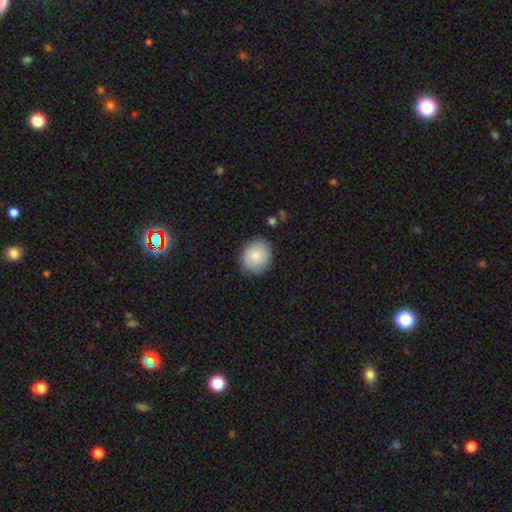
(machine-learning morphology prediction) type=smooth (85%); roundness=round (73%); merging=none (81%).